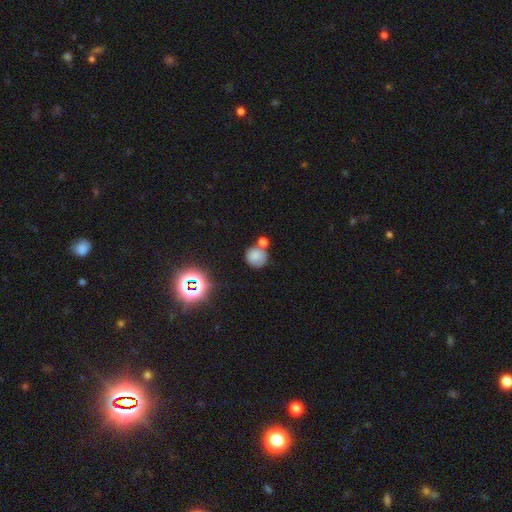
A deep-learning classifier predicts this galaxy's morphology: smooth-or-featured: smooth: 73% | star or artifact: 15% | featured or disk: 12%
  how-rounded: round: 89% | in between: 10% | cigar-shaped: 1%
  merging: none: 55% | merger: 26% | minor disturbance: 14% | major disturbance: 5%